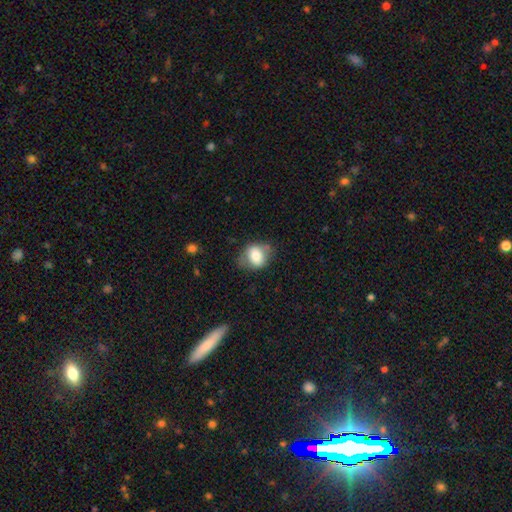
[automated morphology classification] Smooth or featured?
  - smooth: 72% *
  - featured or disk: 20%
  - star or artifact: 8%
How rounded?
  - in between: 52% *
  - round: 46%
  - cigar-shaped: 1%
Merging?
  - none: 59% *
  - minor disturbance: 27%
  - major disturbance: 11%
  - merger: 3%